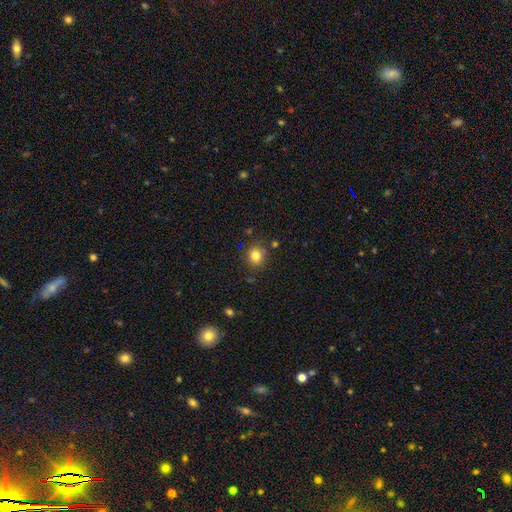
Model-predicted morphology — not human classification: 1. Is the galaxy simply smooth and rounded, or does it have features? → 82% smooth, 12% star or artifact, 6% featured or disk.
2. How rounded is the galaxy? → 81% round, 18% in between, 1% cigar-shaped.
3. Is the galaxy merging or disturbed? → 81% none, 12% minor disturbance, 4% merger, 3% major disturbance.